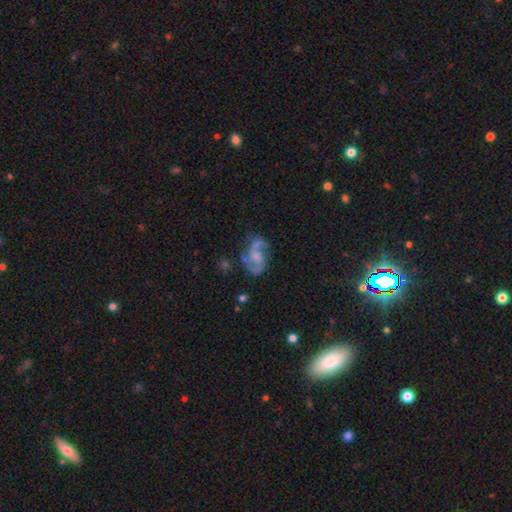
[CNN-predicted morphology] This is clearly a featured or disk galaxy (82%). It is clearly not viewed edge-on (98%). Bar: possibly weak (46%). Spiral arm pattern: clearly yes (93%). Spiral arm count: clearly 2 (90%). Spiral winding: possibly medium (46%). Central bulge: marginally none (33%). Merging: likely none (61%).